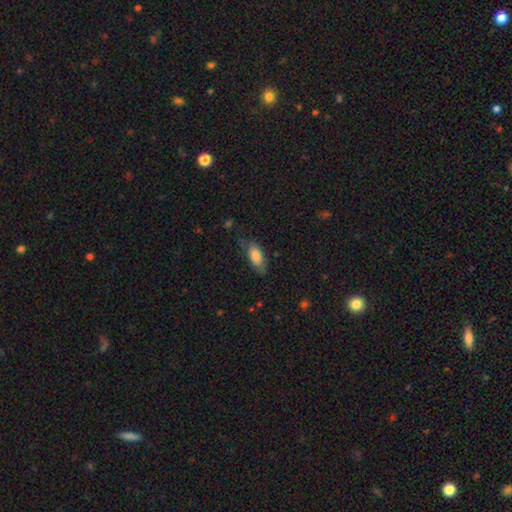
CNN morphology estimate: smooth_or_featured: smooth (p=0.81) [alt: featured or disk p=0.12]
how_rounded: in between (p=0.83) [alt: cigar-shaped p=0.15]
merging: none (p=0.66) [alt: minor disturbance p=0.24]